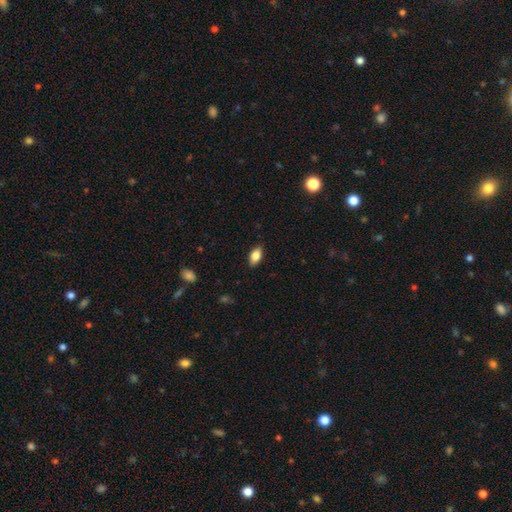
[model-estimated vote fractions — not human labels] smooth 78%, featured or disk 14%, star or artifact 7%. Down the decision tree: how rounded — in between (89%); merging — none (87%).